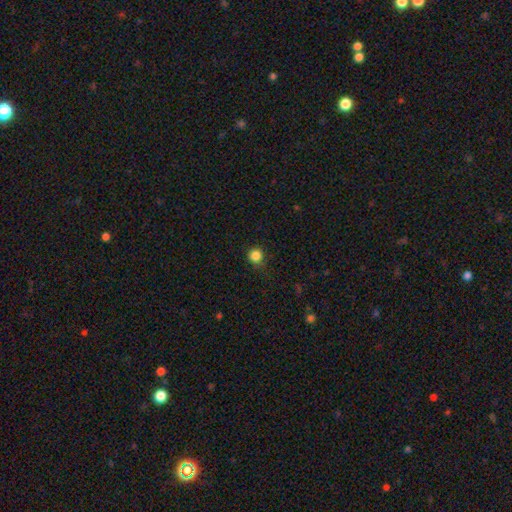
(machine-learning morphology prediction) The model was most divided on "merging": none: 81%, minor disturbance: 14%, major disturbance: 4%, merger: 1%. More confident: how rounded — round (94%); smooth or featured — smooth (85%).